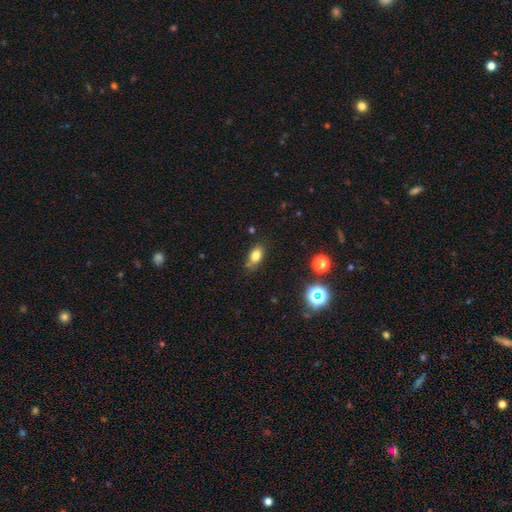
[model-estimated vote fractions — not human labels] Overall: smooth (80%). How rounded: in between (83%). Merging: none (73%).